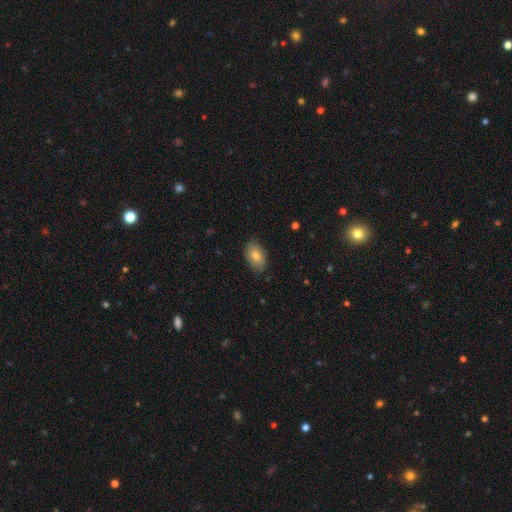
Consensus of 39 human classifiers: This is likely a smooth galaxy (74%). How rounded: clearly in between (86%). Merging: clearly none (86%).